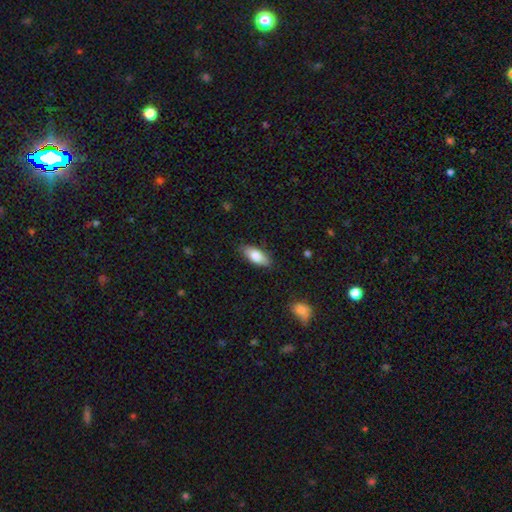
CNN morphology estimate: This appears to be a smooth galaxy with no disk features (79%) that is in between round and cigar-shaped (82%). Merging: none (85%).